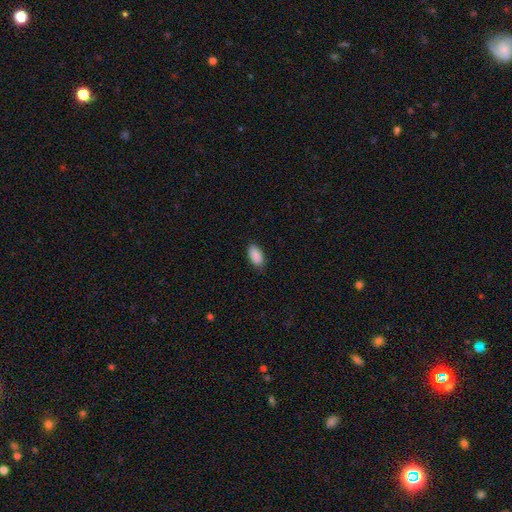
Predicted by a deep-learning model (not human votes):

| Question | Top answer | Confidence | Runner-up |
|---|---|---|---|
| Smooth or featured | smooth | 90% | star or artifact (7%) |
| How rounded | in between | 94% | cigar-shaped (3%) |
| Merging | none | 85% | minor disturbance (12%) |